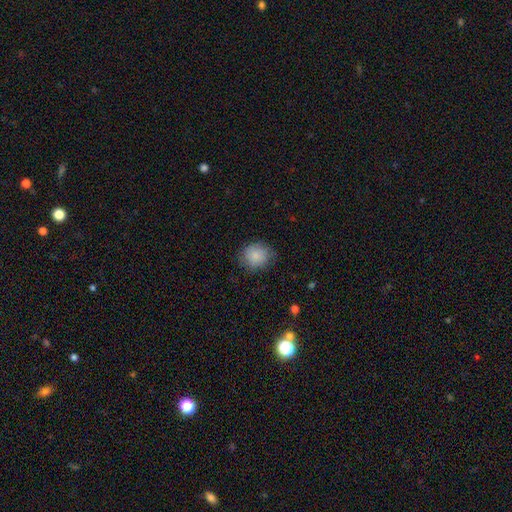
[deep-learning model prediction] smooth-or-featured: smooth: 86% | star or artifact: 8% | featured or disk: 7%
  how-rounded: round: 79% | in between: 20% | cigar-shaped: 1%
  merging: none: 77% | minor disturbance: 17% | major disturbance: 5% | merger: 1%